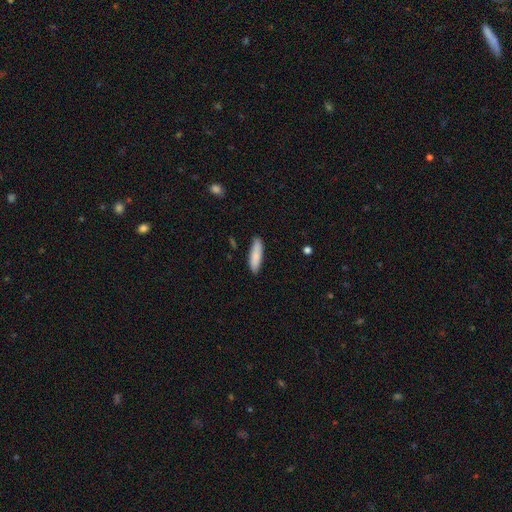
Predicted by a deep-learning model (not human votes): Smooth or featured? Predicted: smooth (p=0.86). How rounded? Predicted: cigar-shaped (p=0.63). Merging? Predicted: none (p=0.86).